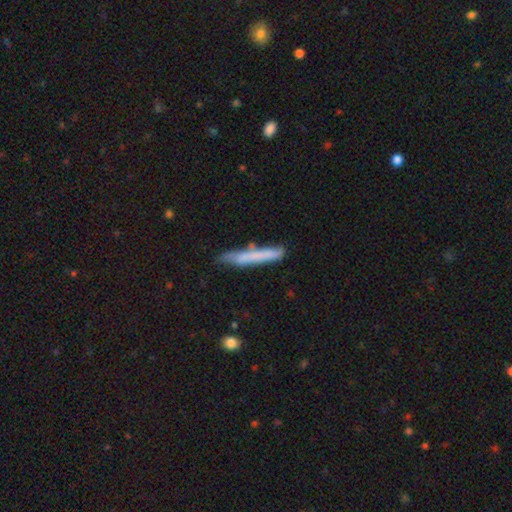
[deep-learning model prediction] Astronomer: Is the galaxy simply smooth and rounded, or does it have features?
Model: smooth — 65%.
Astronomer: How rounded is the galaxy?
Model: cigar-shaped — 95%.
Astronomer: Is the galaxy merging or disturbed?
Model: none — 71%.